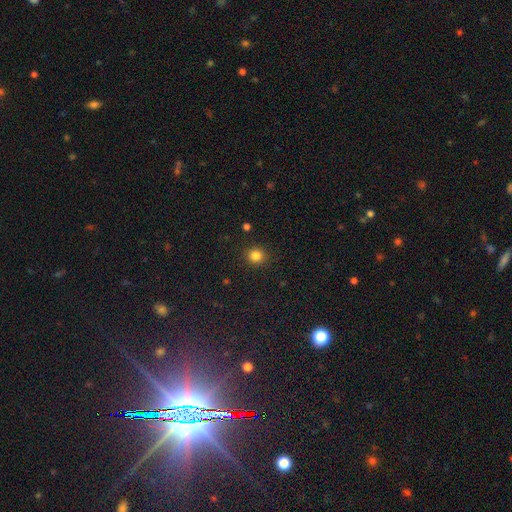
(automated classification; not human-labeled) Overall: smooth (83%). How rounded: round (91%). Merging: none (91%).